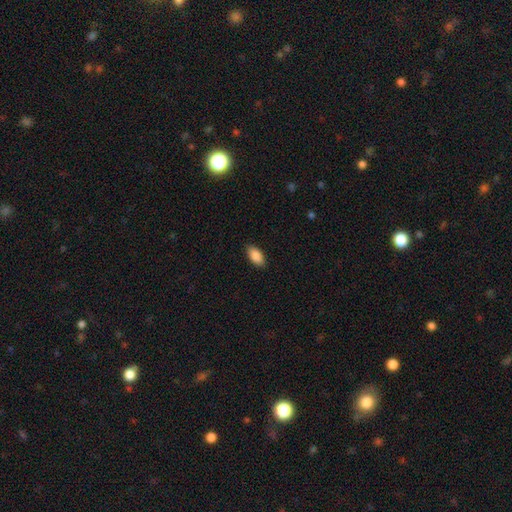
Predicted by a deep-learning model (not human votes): This appears to be a smooth galaxy with no disk features (88%) that is in between round and cigar-shaped (92%). Merging: none (88%).